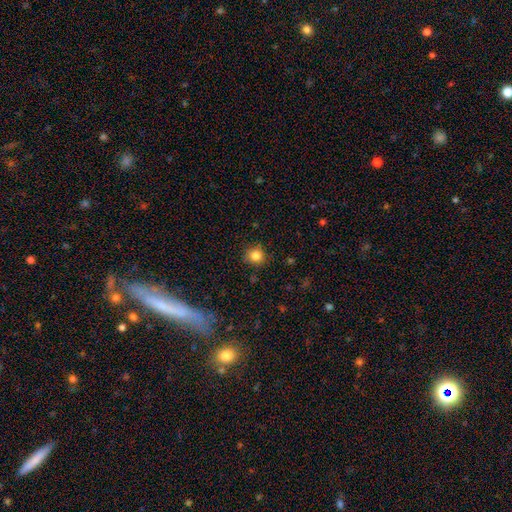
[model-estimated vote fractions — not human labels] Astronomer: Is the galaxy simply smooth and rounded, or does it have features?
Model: smooth — 83%.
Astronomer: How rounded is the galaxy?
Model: round — 89%.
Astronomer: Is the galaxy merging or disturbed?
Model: none — 87%.